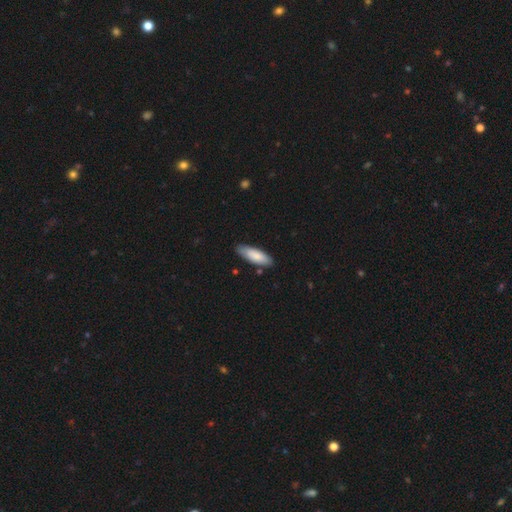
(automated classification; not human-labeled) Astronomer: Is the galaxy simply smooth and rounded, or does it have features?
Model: smooth — 82%.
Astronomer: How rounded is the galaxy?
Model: in between — 58% (runner-up: cigar-shaped, 41%).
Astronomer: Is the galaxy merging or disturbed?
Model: none — 84%.